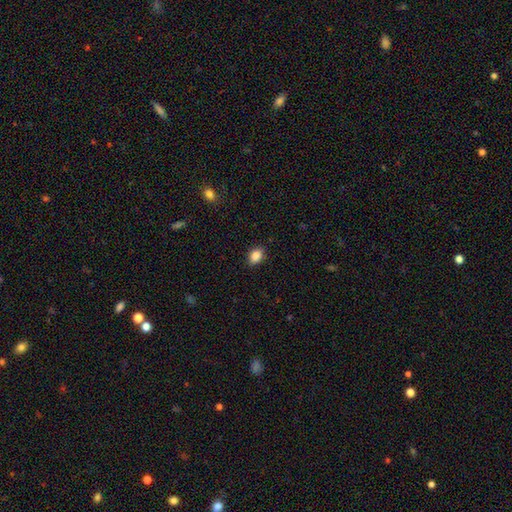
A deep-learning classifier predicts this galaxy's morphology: Q: Smooth or featured?
A: smooth (87%); runner-up: star or artifact (9%)
Q: How rounded?
A: in between (75%); runner-up: round (24%)
Q: Merging?
A: none (88%); runner-up: minor disturbance (9%)